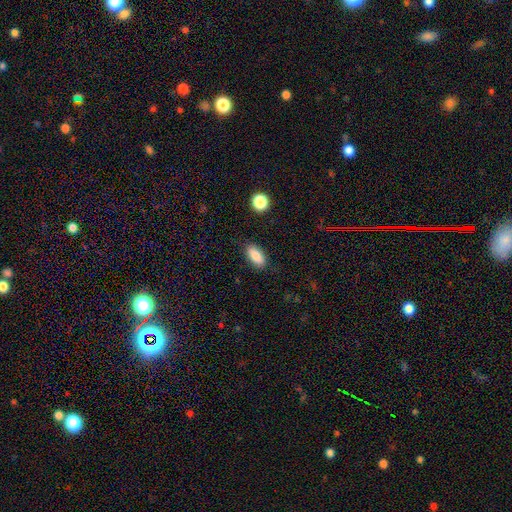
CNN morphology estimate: Overall: smooth (85%). How rounded: in between (86%). Merging: none (86%).